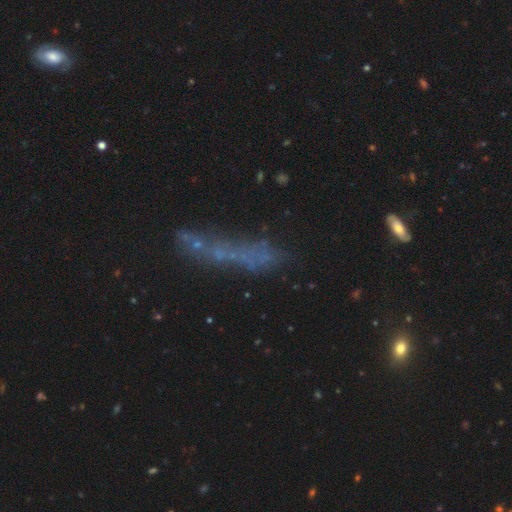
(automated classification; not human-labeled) smooth_or_featured: featured or disk (p=0.38) [alt: smooth p=0.32]
merging: none (p=0.42) [alt: major disturbance p=0.22]